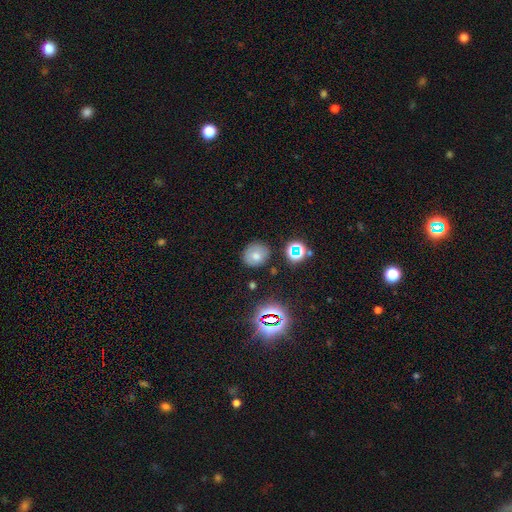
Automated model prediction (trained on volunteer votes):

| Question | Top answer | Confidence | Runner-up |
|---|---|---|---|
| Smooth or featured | smooth | 67% | star or artifact (18%) |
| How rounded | round | 69% | in between (30%) |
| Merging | none | 80% | minor disturbance (13%) |